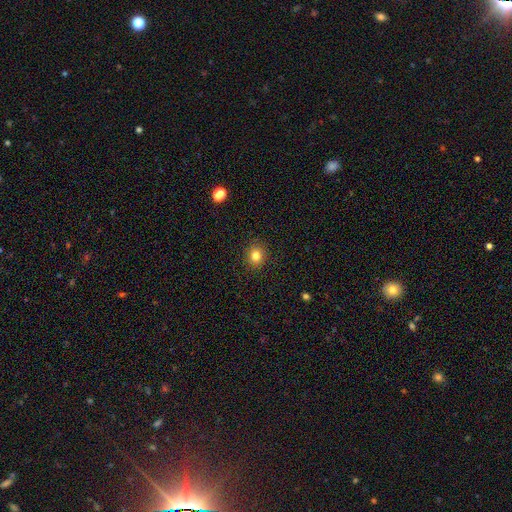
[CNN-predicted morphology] Smooth or featured? smooth (82%)
How rounded? round (73%)
Merging? none (90%)